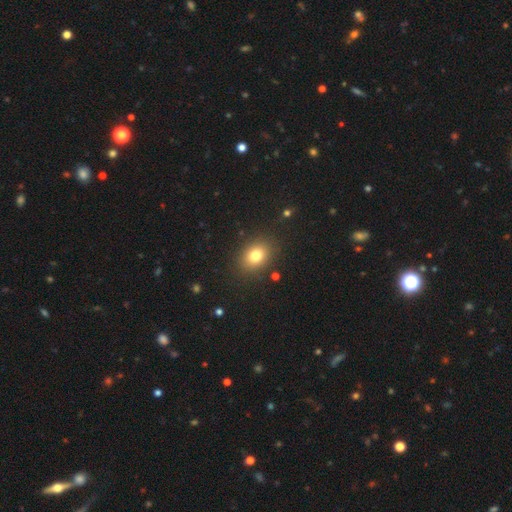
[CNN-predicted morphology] A smooth galaxy with no disk features (79%) that is in between round and cigar-shaped (57%).

Vote fractions:
- Smooth or featured? smooth: 79% / star or artifact: 12% / featured or disk: 9%
- How rounded? in between: 57% / round: 42% / cigar-shaped: 1%
- Merging? none: 87% / minor disturbance: 9% / major disturbance: 3% / merger: 2%